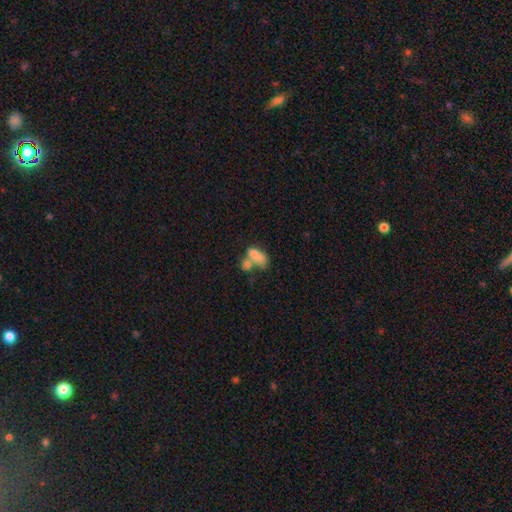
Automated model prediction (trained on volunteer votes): Smooth or featured? smooth (71%)
How rounded? in between (84%)
Merging? merger (58%)